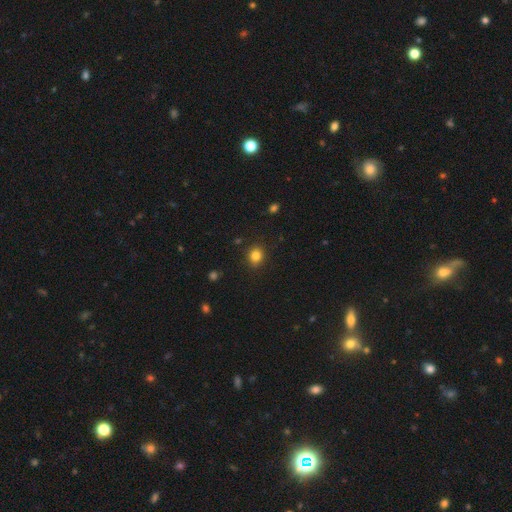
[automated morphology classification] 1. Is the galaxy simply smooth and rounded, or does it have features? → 83% smooth, 12% star or artifact, 5% featured or disk.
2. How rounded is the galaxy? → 74% round, 25% in between, 1% cigar-shaped.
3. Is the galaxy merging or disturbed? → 88% none, 8% minor disturbance, 2% major disturbance, 1% merger.